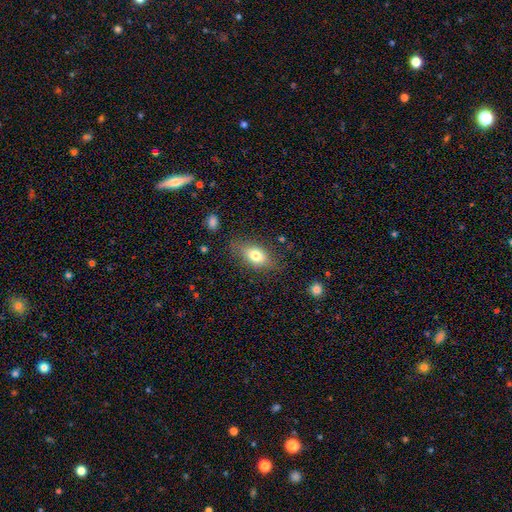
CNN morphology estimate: smooth_or_featured: smooth (p=0.76) [alt: featured or disk p=0.15]
how_rounded: in between (p=0.84) [alt: round p=0.10]
merging: none (p=0.74) [alt: minor disturbance p=0.18]